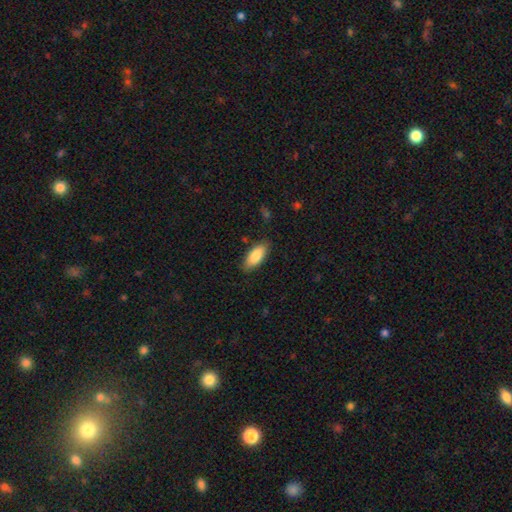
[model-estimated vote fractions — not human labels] Smooth or featured: smooth — 86% (featured or disk — 8%)
How rounded: in between — 86% (cigar-shaped — 12%)
Merging: none — 83% (minor disturbance — 13%)